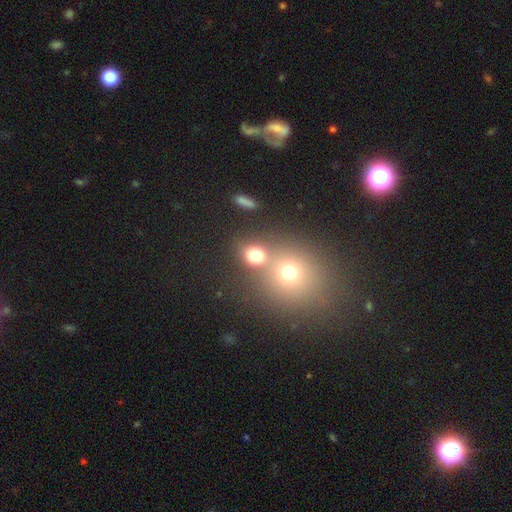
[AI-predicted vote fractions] Smooth or featured? Predicted: smooth (p=0.75). How rounded? Predicted: round (p=0.72). Merging? Predicted: none (p=0.49).